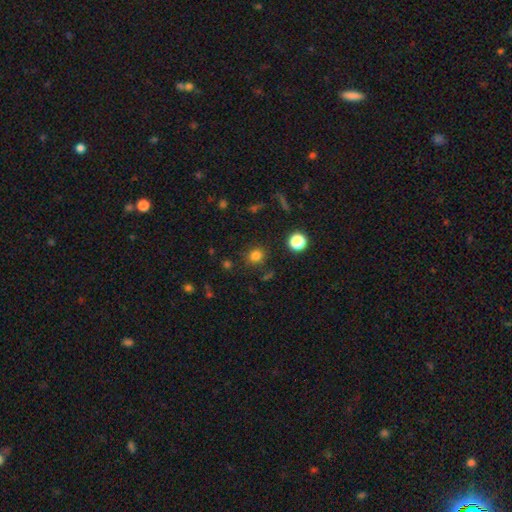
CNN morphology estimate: Smooth or featured? smooth (79%)
How rounded? round (79%)
Merging? none (83%)